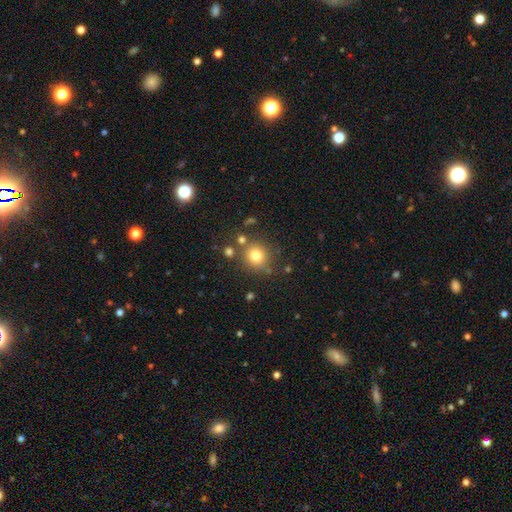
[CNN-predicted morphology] A smooth galaxy with no disk features (77%) that is round (90%).

Vote fractions:
- Smooth or featured? smooth: 77% / star or artifact: 14% / featured or disk: 9%
- How rounded? round: 90% / in between: 9% / cigar-shaped: 1%
- Merging? none: 78% / minor disturbance: 10% / merger: 8% / major disturbance: 4%